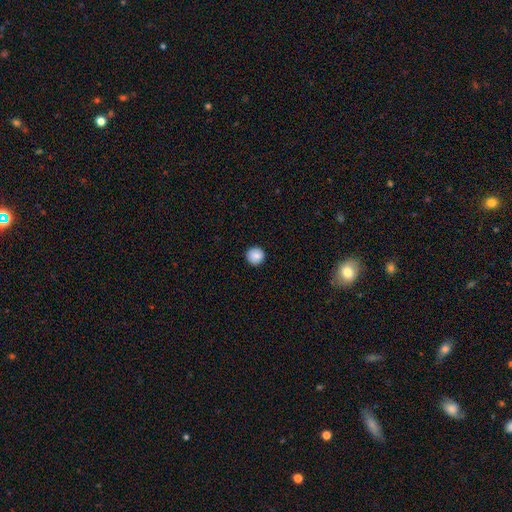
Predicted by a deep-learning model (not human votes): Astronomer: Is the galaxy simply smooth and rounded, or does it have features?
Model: smooth — 86%.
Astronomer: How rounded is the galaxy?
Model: round — 95%.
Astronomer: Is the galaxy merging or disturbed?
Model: none — 92%.